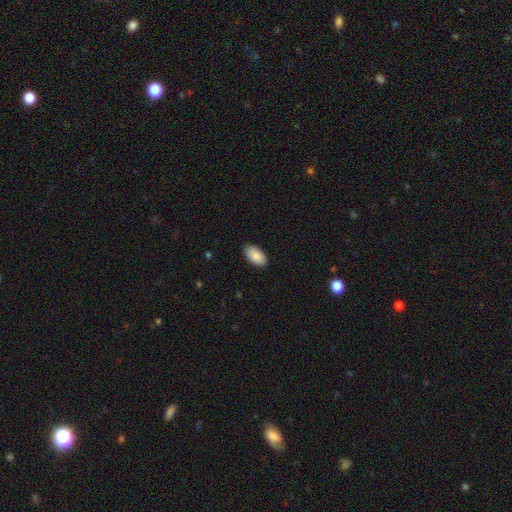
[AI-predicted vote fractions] Smooth or featured?
  - smooth: 89% *
  - star or artifact: 6%
  - featured or disk: 5%
How rounded?
  - in between: 96% *
  - round: 3%
  - cigar-shaped: 2%
Merging?
  - none: 88% *
  - minor disturbance: 9%
  - major disturbance: 2%
  - merger: 1%